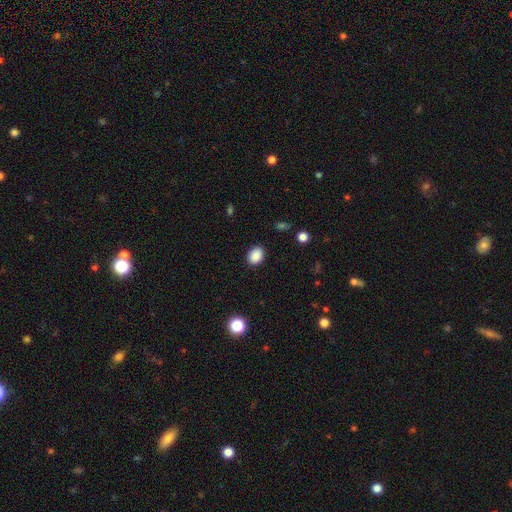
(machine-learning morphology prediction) type=smooth (88%); roundness=in between (71%); merging=none (88%).